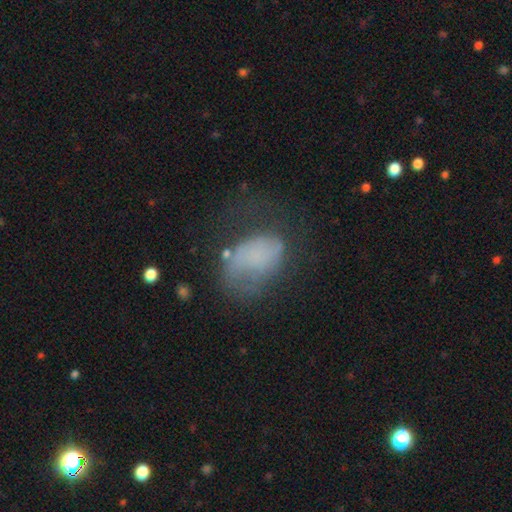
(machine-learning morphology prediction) Smooth or featured? smooth (50%)
Merging? major disturbance (38%)